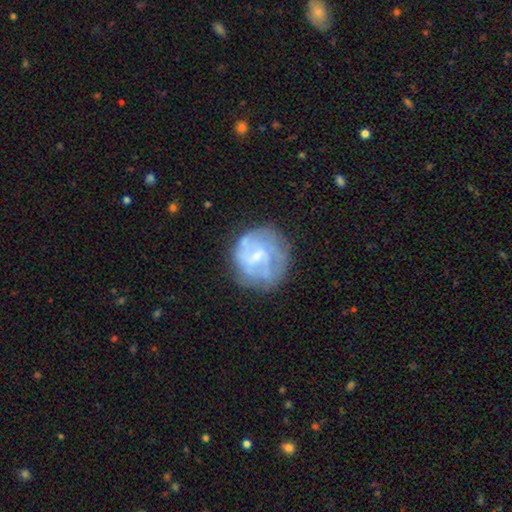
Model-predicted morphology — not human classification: The model was most divided on "bar": weak: 51%, no: 36%, strong: 13%. Remaining: edge-on disk — no (98%); spiral arms — yes (67%); merging — none (65%); smooth or featured — featured or disk (65%); bulge size — small (49%).